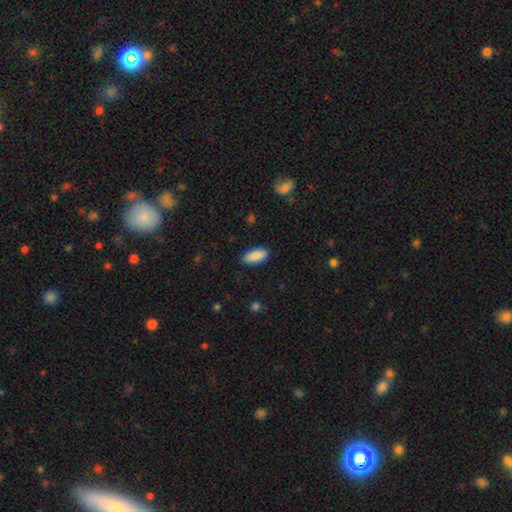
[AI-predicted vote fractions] Smooth or featured? Predicted: smooth (p=0.90). How rounded? Predicted: in between (p=0.85). Merging? Predicted: none (p=0.87).